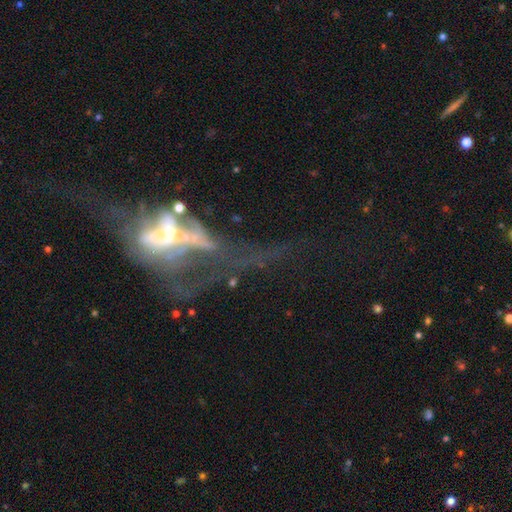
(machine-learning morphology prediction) Q: Smooth or featured?
A: featured or disk (66%); runner-up: star or artifact (21%)
Q: Edge-on disk?
A: no (58%); runner-up: yes (42%)
Q: Merging?
A: major disturbance (43%); runner-up: none (24%)